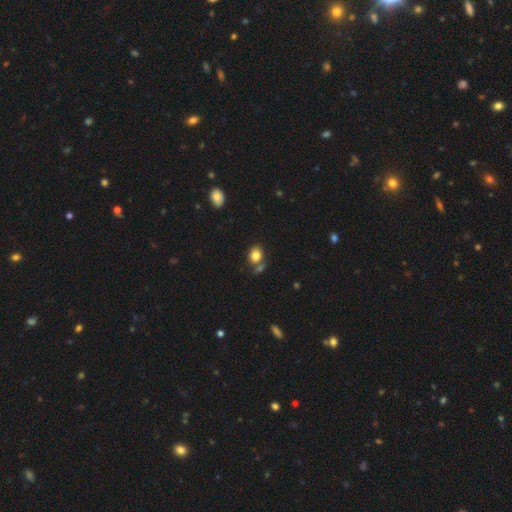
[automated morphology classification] This appears to be a smooth galaxy with no disk features (83%) that is in between round and cigar-shaped (57%). Merging: none (60%).